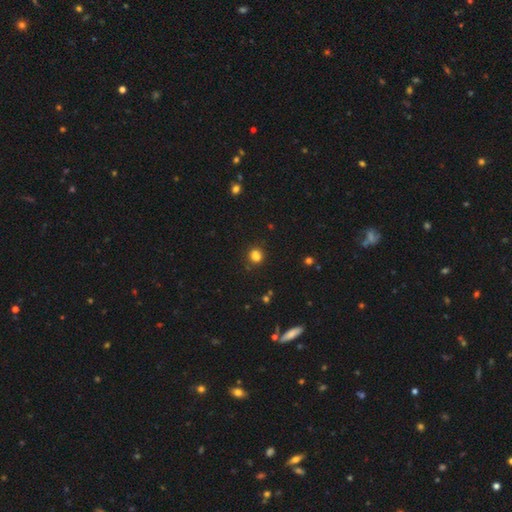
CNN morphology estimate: type=smooth (82%); roundness=round (74%); merging=none (81%).